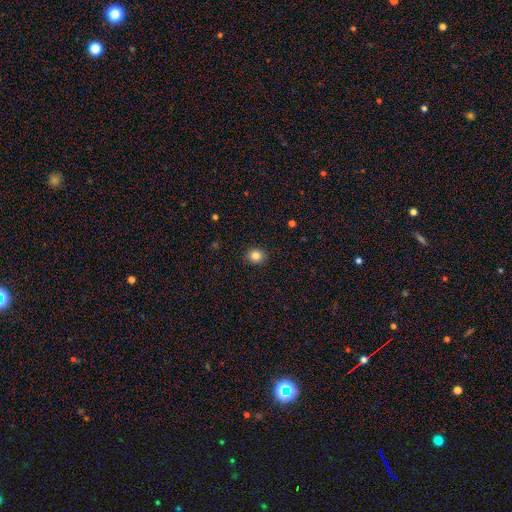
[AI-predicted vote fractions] The model was most divided on "how rounded": round: 75%, in between: 24%, cigar-shaped: 1%. More confident: merging — none (91%); smooth or featured — smooth (83%).